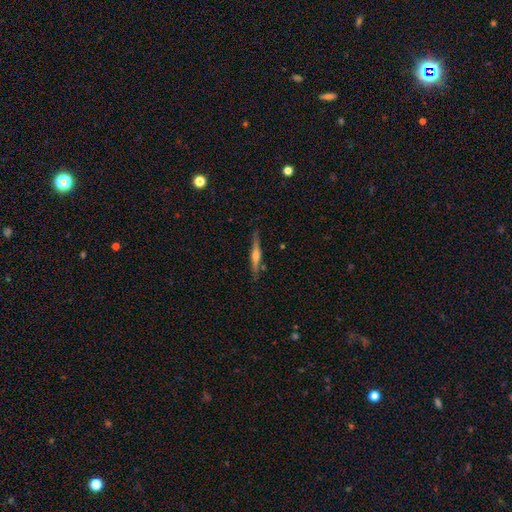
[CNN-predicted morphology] Q: Smooth or featured?
A: featured or disk (67%); runner-up: smooth (27%)
Q: Edge-on disk?
A: yes (97%); runner-up: no (3%)
Q: Edge-on bulge?
A: rounded (82%); runner-up: none (10%)
Q: Merging?
A: none (84%); runner-up: minor disturbance (12%)